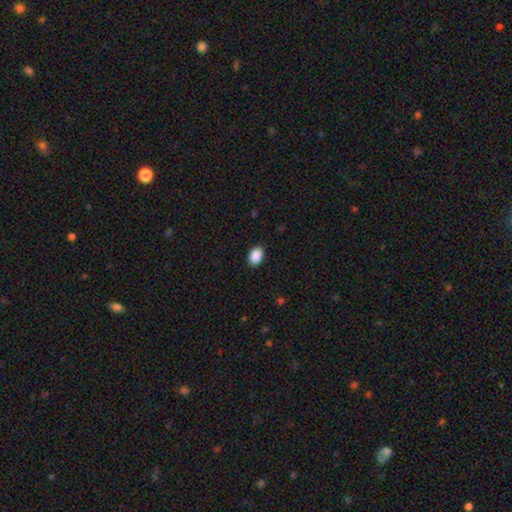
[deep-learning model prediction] smooth_or_featured: smooth (p=0.90) [alt: star or artifact p=0.08]
how_rounded: in between (p=0.80) [alt: round p=0.19]
merging: none (p=0.90) [alt: minor disturbance p=0.08]